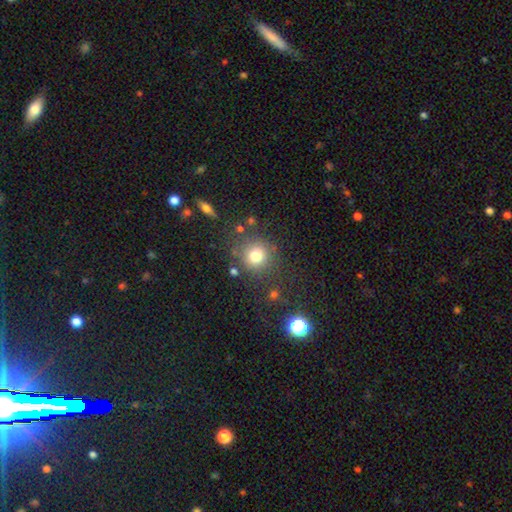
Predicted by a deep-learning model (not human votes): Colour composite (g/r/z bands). It shows a smooth galaxy with no disk features (77%) that is round (92%). Merging: none (80%).